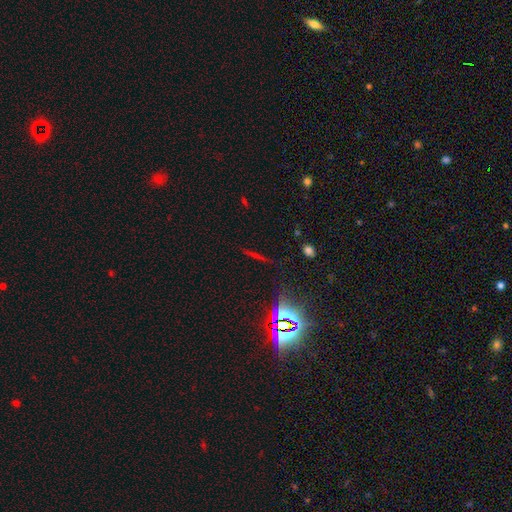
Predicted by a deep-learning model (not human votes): A star or artifact, not a galaxy (57%).